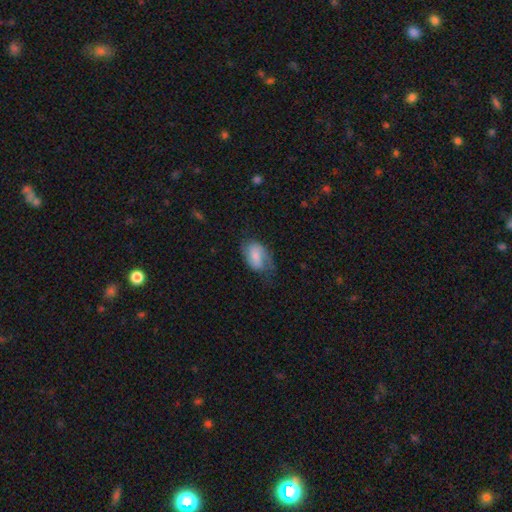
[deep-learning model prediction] A smooth galaxy with no disk features (63%) that is in between round and cigar-shaped (88%). Merging: none (45%).